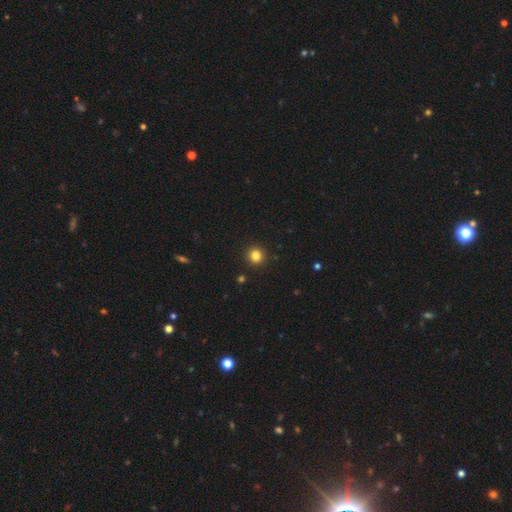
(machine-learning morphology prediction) Smooth or featured?
  - smooth: 83% *
  - star or artifact: 12%
  - featured or disk: 5%
How rounded?
  - round: 92% *
  - in between: 7%
  - cigar-shaped: 1%
Merging?
  - none: 93% *
  - minor disturbance: 5%
  - major disturbance: 2%
  - merger: 1%